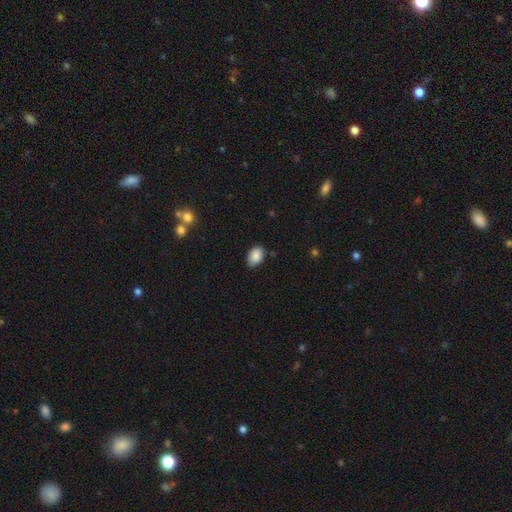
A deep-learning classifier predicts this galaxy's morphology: Smooth or featured? Predicted: smooth (p=0.88). How rounded? Predicted: in between (p=0.87). Merging? Predicted: none (p=0.75).